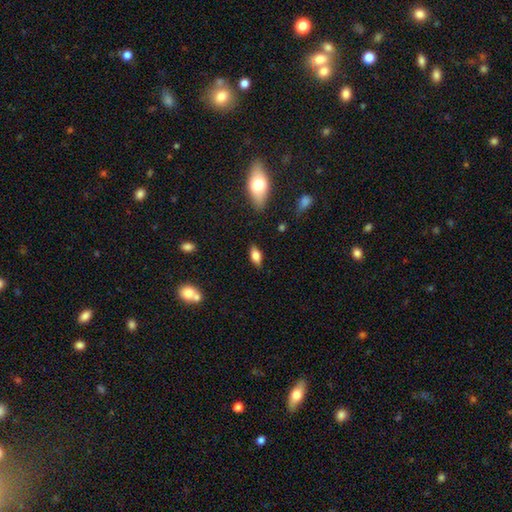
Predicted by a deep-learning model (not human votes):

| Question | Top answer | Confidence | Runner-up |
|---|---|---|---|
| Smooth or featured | smooth | 73% | featured or disk (18%) |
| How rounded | in between | 84% | cigar-shaped (11%) |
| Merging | none | 83% | minor disturbance (12%) |